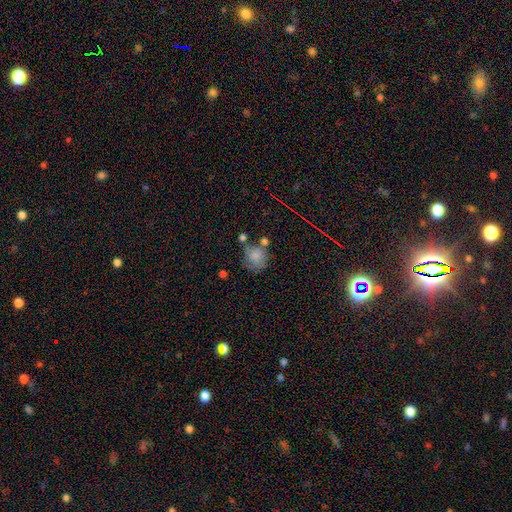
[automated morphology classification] The model was most divided on "merging": none: 48%, minor disturbance: 24%, merger: 14%, major disturbance: 14%. More confident: how rounded — round (79%); smooth or featured — smooth (70%).